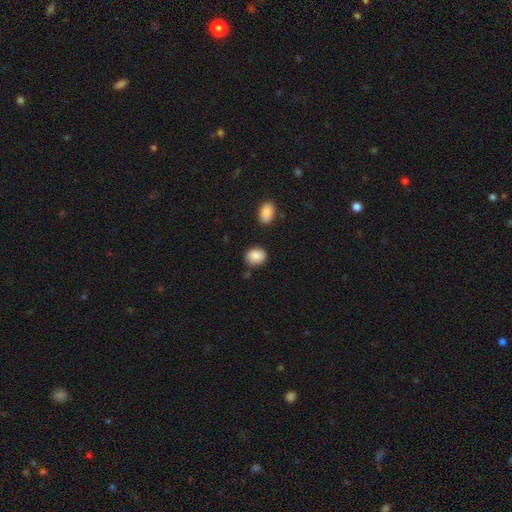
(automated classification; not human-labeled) smooth-or-featured: smooth: 88% | star or artifact: 8% | featured or disk: 4%
  how-rounded: in between: 54% | round: 45% | cigar-shaped: 1%
  merging: none: 77% | minor disturbance: 15% | merger: 5% | major disturbance: 4%